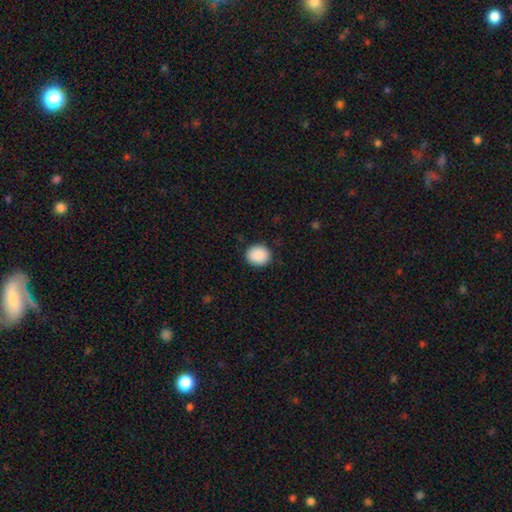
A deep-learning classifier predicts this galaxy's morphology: This is clearly a smooth galaxy (90%). How rounded: likely round (76%). Merging: clearly none (90%).